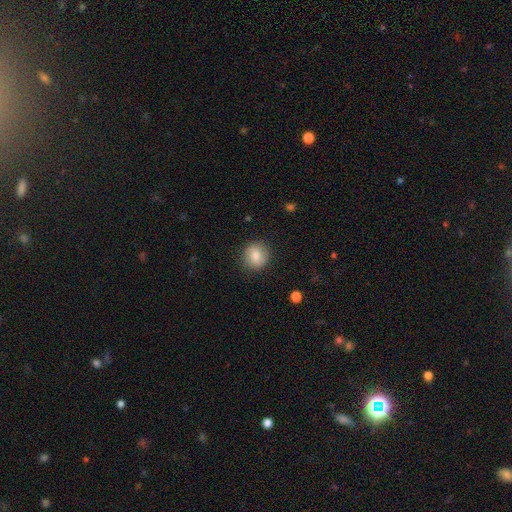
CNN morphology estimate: Smooth or featured? Predicted: smooth (p=0.80). How rounded? Predicted: round (p=0.88). Merging? Predicted: none (p=0.87).